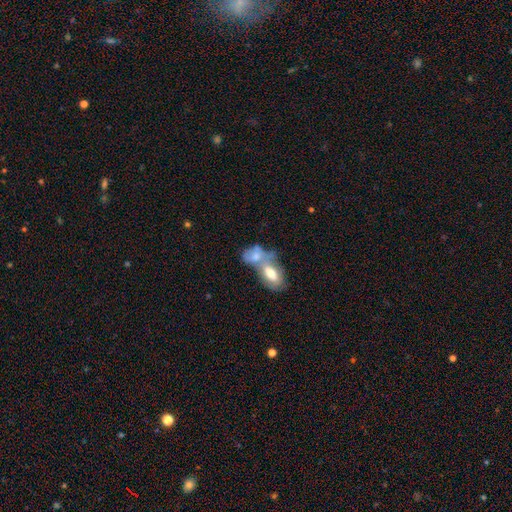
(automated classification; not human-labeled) A smooth galaxy with no disk features (63%) that is in between round and cigar-shaped (86%). Merging: merger (70%).